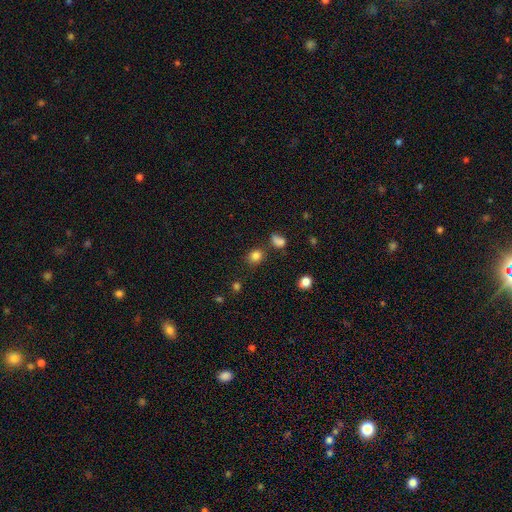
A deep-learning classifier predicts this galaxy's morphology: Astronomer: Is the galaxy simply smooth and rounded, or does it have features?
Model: smooth — 82%.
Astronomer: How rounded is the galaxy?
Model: round — 62% (runner-up: in between, 37%).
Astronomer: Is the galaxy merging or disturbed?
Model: none — 75%.